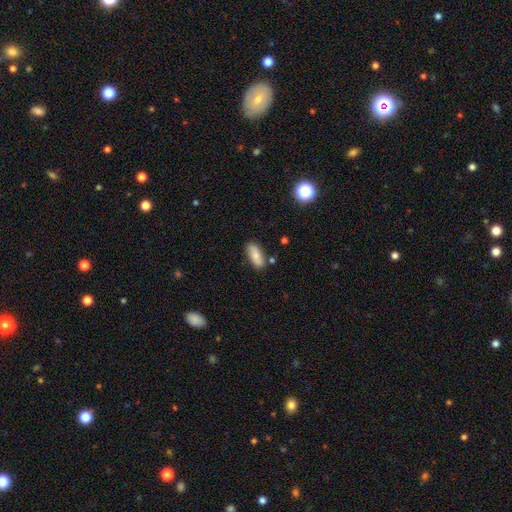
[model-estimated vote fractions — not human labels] smooth-or-featured: smooth: 78% | featured or disk: 14% | star or artifact: 7%
  how-rounded: in between: 84% | cigar-shaped: 13% | round: 3%
  merging: none: 80% | minor disturbance: 13% | merger: 4% | major disturbance: 3%